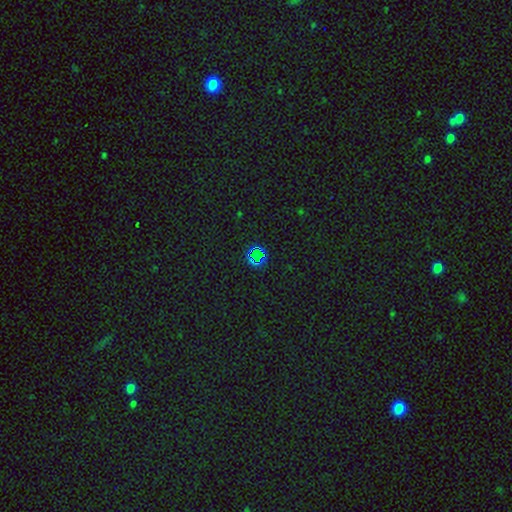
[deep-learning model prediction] smooth-or-featured: star or artifact: 72% | smooth: 20% | featured or disk: 9%